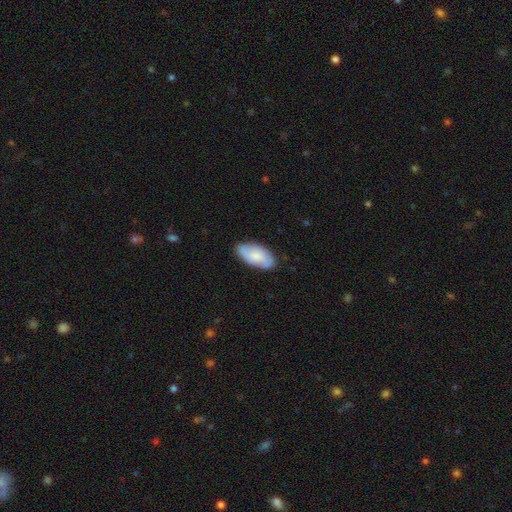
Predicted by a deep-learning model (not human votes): Smooth or featured? Predicted: smooth (p=0.72). How rounded? Predicted: in between (p=0.93). Merging? Predicted: none (p=0.81).